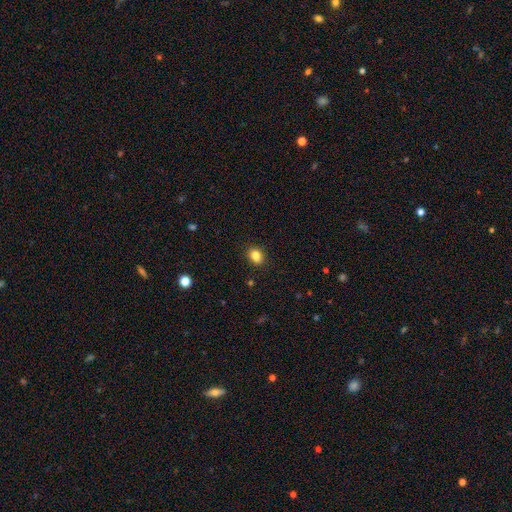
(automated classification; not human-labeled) This is clearly a smooth galaxy (84%). How rounded: possibly in between (58%). Merging: clearly none (87%).